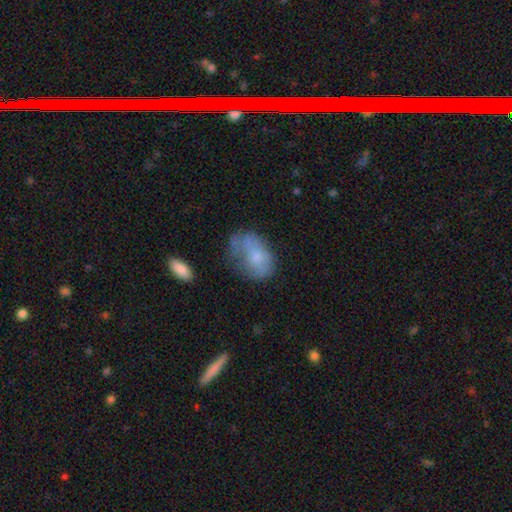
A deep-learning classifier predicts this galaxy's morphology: Overall: smooth (63%; featured or disk 28%). How rounded: in between (83%). Merging: none (36%; minor disturbance 32%).